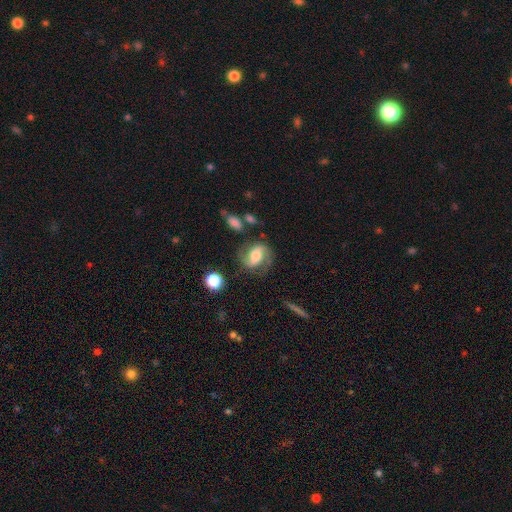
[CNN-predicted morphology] smooth_or_featured: featured or disk (p=0.74) [alt: smooth p=0.18]
disk_edge_on: no (p=0.97) [alt: yes p=0.03]
bar: weak (p=0.39) [alt: no p=0.33]
has_spiral_arms: yes (p=0.93) [alt: no p=0.07]
spiral_winding: medium (p=0.50) [alt: loose p=0.33]
spiral_arm_count: 2 (p=0.91) [alt: can't tell p=0.04]
bulge_size: moderate (p=0.54) [alt: small p=0.22]
merging: none (p=0.74) [alt: minor disturbance p=0.15]